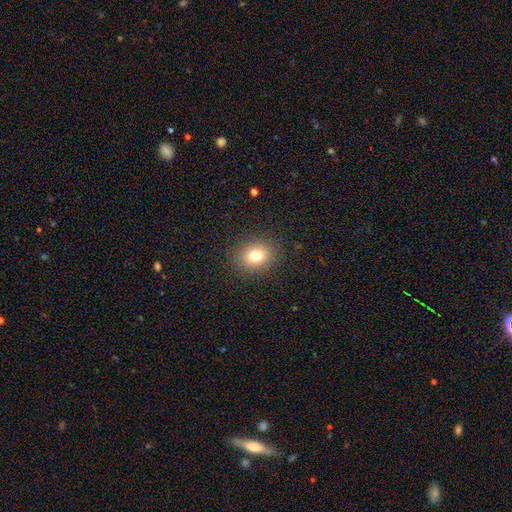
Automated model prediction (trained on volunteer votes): Morphology: type=smooth (78%); roundness=round (56%); merging=none (88%).